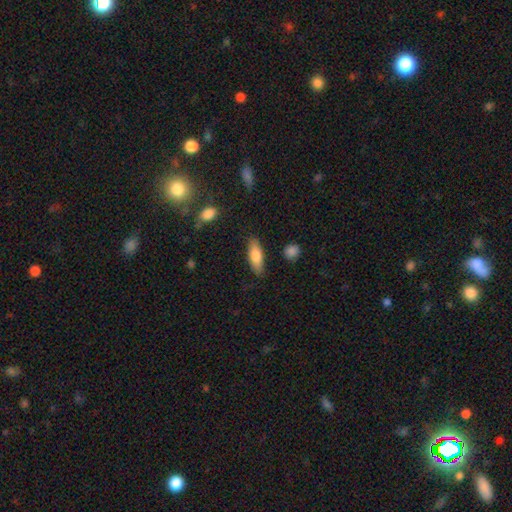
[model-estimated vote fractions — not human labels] Smooth or featured?
  - smooth: 75% *
  - featured or disk: 19%
  - star or artifact: 6%
How rounded?
  - in between: 60% *
  - cigar-shaped: 38%
  - round: 3%
Merging?
  - none: 84% *
  - minor disturbance: 11%
  - major disturbance: 3%
  - merger: 2%